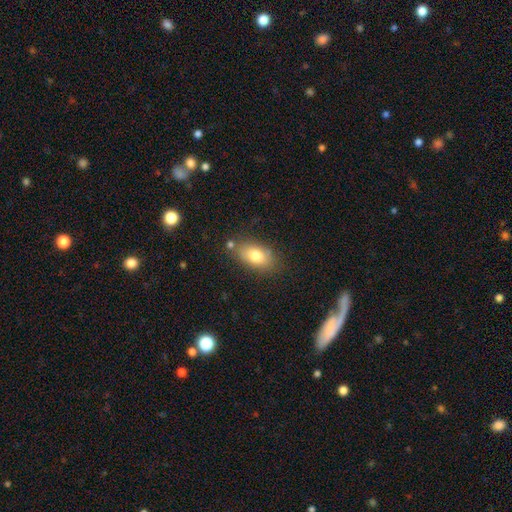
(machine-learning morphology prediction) Q: Smooth or featured?
A: smooth (78%); runner-up: featured or disk (14%)
Q: How rounded?
A: in between (88%); runner-up: round (9%)
Q: Merging?
A: none (75%); runner-up: minor disturbance (15%)